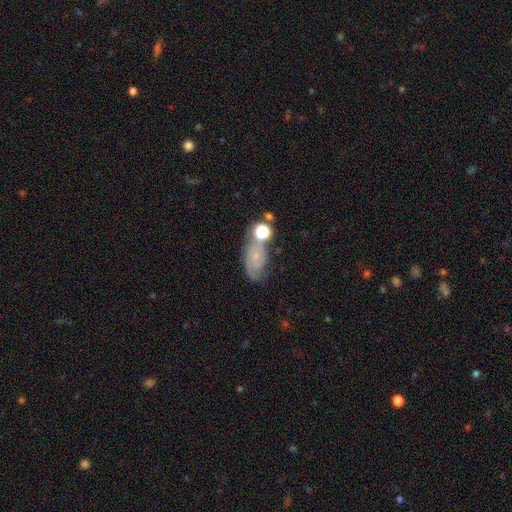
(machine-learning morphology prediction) type=featured or disk (66%); edge-on=no (95%); bar=no (74%); spiral arms=yes (89%); winding=tight (50%); arm count=2 (52%); bulge=small (74%); merging=none (53%).